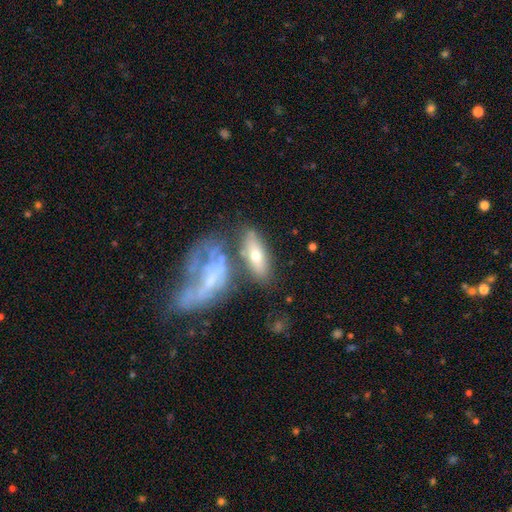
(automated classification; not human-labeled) A smooth galaxy with no disk features (48%). Merging: none (52%).